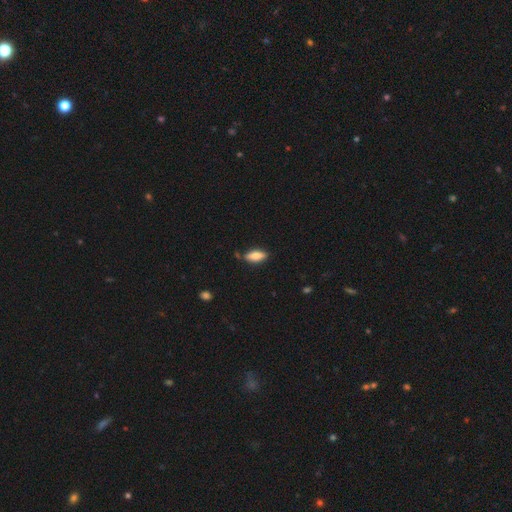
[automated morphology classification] Smooth or featured? smooth (78%)
How rounded? in between (76%)
Merging? none (78%)